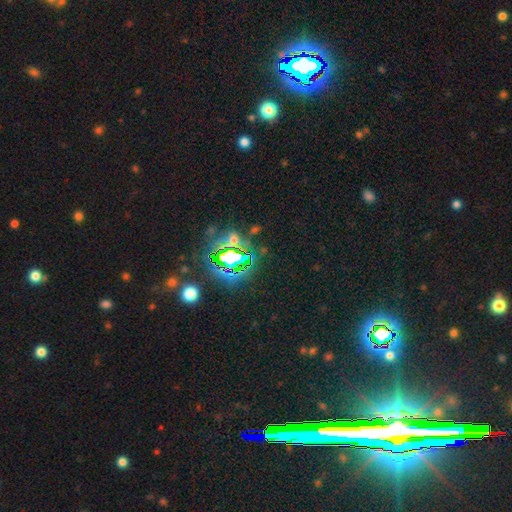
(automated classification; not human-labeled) Smooth or featured? star or artifact (80%)